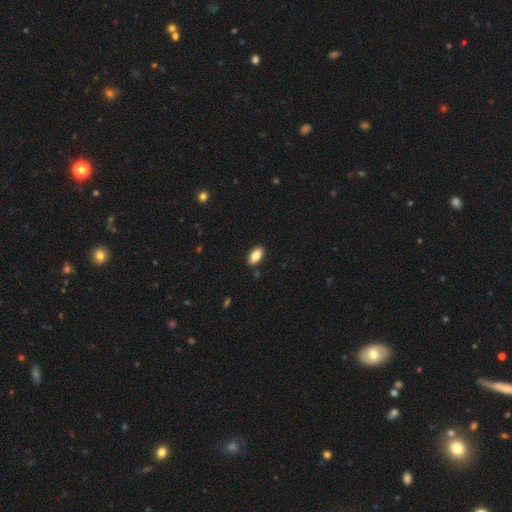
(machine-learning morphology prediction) This appears to be a smooth galaxy with no disk features (85%) that is in between round and cigar-shaped (91%). Merging: none (89%).